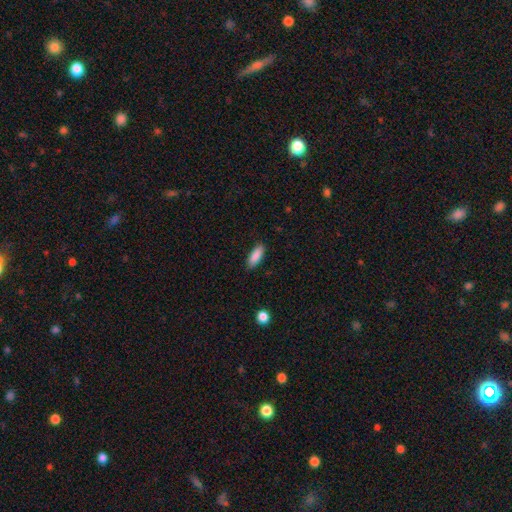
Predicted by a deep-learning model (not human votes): Smooth or featured? Predicted: smooth (p=0.89). How rounded? Predicted: in between (p=0.66). Merging? Predicted: none (p=0.87).